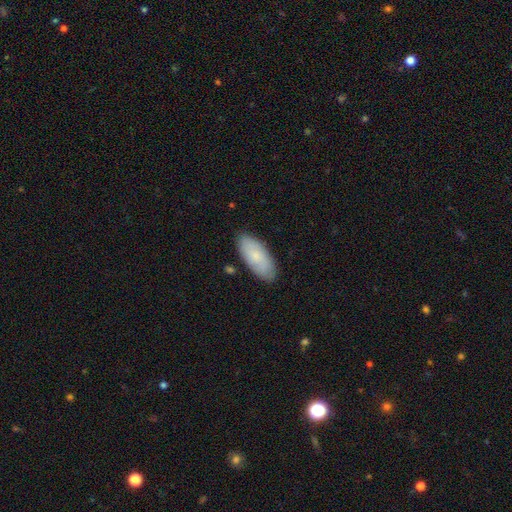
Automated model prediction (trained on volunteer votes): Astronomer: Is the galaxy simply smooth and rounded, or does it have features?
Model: smooth — 70%.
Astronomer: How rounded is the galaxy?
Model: in between — 87%.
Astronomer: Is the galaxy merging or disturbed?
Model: none — 84%.